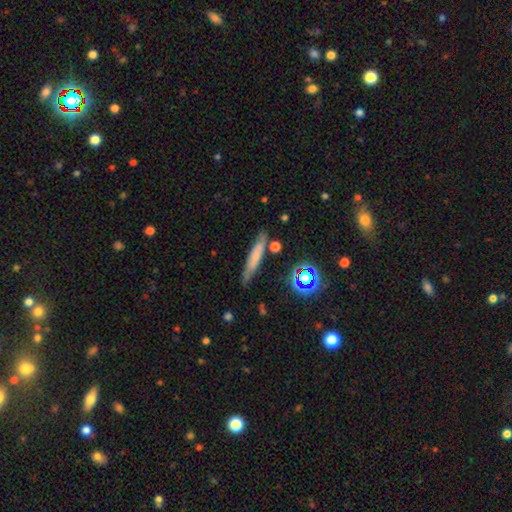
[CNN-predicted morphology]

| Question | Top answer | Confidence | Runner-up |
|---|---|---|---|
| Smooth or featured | smooth | 58% | featured or disk (28%) |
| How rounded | cigar-shaped | 86% | in between (10%) |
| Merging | none | 75% | minor disturbance (16%) |